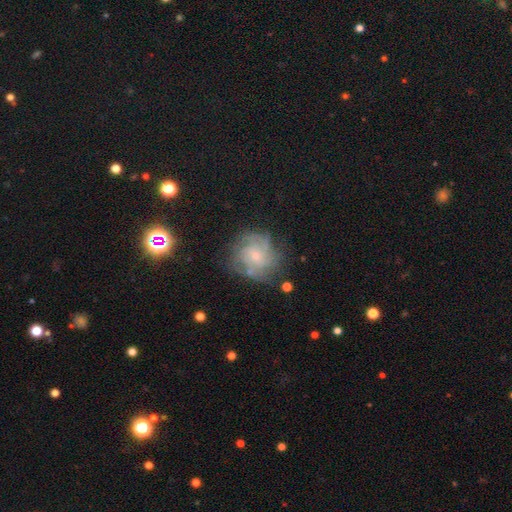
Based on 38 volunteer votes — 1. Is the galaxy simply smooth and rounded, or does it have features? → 66% featured or disk, 26% smooth, 8% star or artifact.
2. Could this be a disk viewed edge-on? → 96% no, 4% yes.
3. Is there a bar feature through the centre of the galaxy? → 92% no, 8% weak, 0% strong.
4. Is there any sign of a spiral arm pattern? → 96% yes, 4% no.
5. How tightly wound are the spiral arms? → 48% tight, 43% medium, 9% loose.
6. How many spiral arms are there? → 52% can't tell, 22% 4, 17% 3, 9% 2, 0% 1, 0% more than 4.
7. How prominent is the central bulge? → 67% small, 33% moderate, 0% dominant, 0% large, 0% none.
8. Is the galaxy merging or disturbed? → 54% none, 23% minor disturbance, 20% major disturbance, 3% merger.